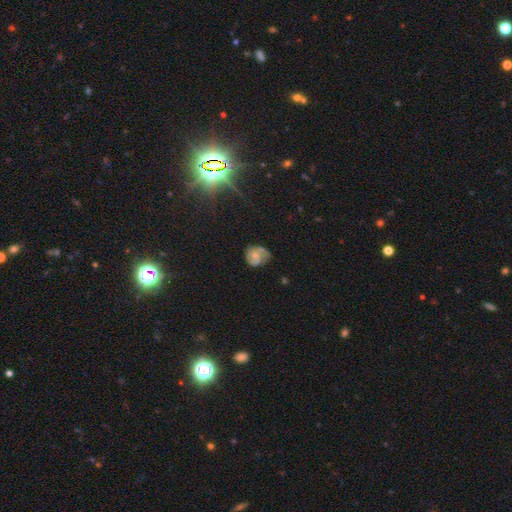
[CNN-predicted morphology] Overall: featured or disk (60%; smooth 31%). Edge-on disk: no (98%). Bar: no (73%). Spiral arms: yes (85%). Bulge size: small (48%; moderate 37%). Merging: none (51%; minor disturbance 30%).